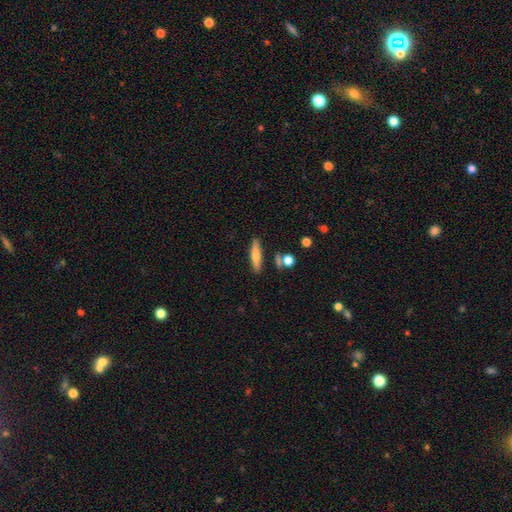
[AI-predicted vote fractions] smooth 67%, featured or disk 26%, star or artifact 7%. Down the decision tree: how rounded — cigar-shaped (81%); merging — none (82%).